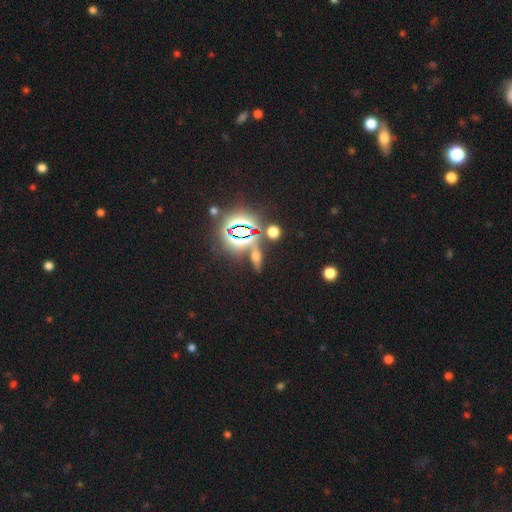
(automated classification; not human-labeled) Smooth or featured: star or artifact — 44% (smooth — 35%)